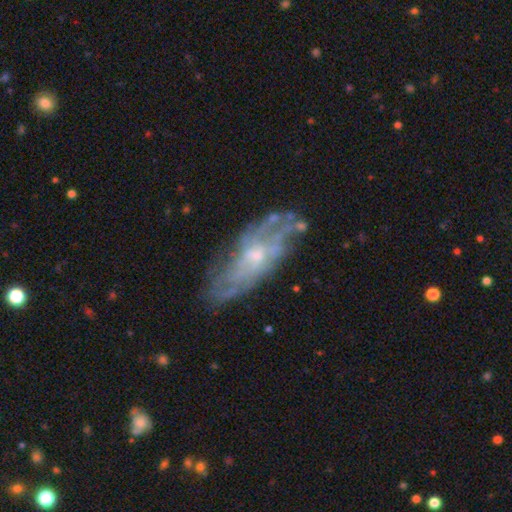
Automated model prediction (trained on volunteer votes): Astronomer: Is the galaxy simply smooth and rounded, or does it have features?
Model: featured or disk — 75%.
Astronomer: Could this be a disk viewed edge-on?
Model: no — 85%.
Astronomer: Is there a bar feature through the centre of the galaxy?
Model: no — 70%.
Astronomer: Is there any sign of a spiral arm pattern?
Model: yes — 74%.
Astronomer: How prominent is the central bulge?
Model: small — 54% (runner-up: moderate, 39%).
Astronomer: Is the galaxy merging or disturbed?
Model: none — 70%.